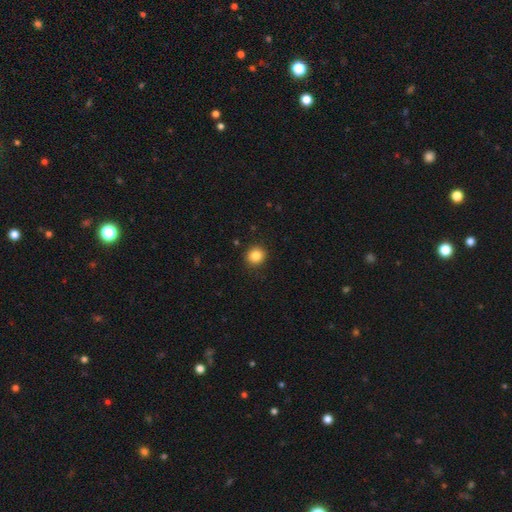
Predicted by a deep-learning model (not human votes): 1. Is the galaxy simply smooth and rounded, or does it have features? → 85% smooth, 11% star or artifact, 5% featured or disk.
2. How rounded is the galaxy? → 89% round, 10% in between, 1% cigar-shaped.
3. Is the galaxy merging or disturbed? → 91% none, 6% minor disturbance, 2% major disturbance, 1% merger.